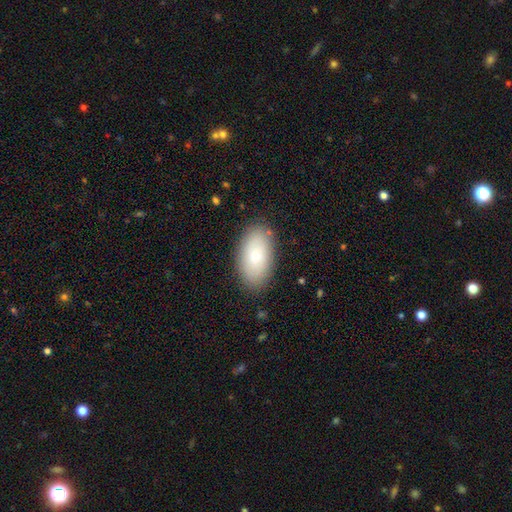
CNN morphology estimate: A smooth galaxy with no disk features (71%) that is in between round and cigar-shaped (93%). Merging: none (86%).